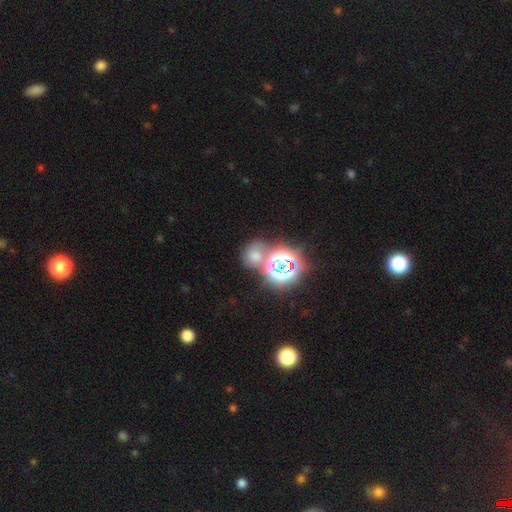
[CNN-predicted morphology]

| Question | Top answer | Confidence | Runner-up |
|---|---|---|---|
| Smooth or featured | smooth | 47% | star or artifact (40%) |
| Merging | none | 48% | merger (35%) |